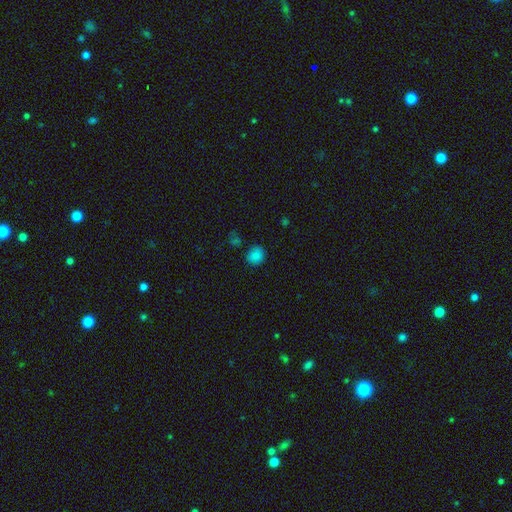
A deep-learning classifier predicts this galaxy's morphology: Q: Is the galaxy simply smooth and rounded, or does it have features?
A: smooth — 83%.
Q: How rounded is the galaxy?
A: round — 84%.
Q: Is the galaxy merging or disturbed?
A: none — 82%.